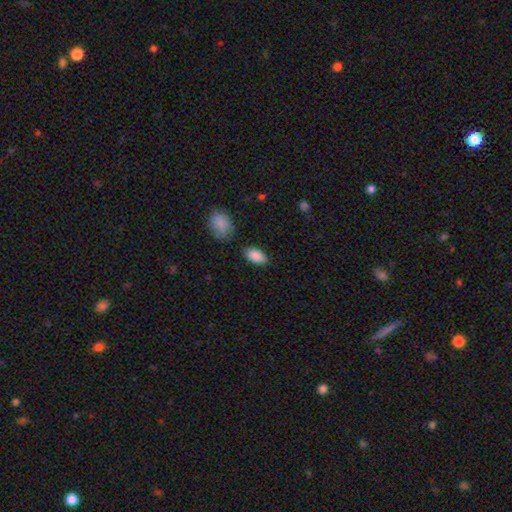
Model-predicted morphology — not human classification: type=smooth (89%); roundness=in between (94%); merging=none (82%).